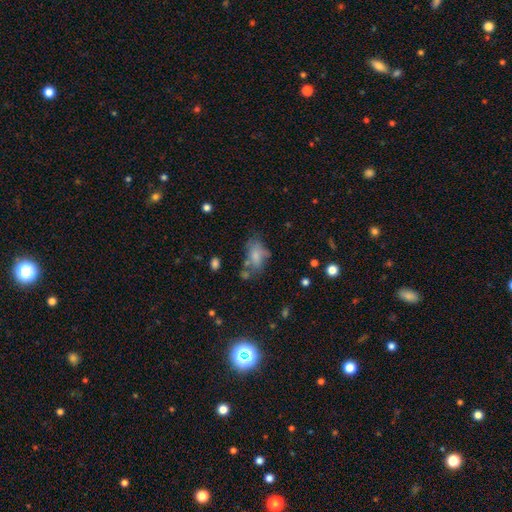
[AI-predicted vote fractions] A smooth galaxy with no disk features (67%) that is in between round and cigar-shaped (88%).

Vote fractions:
- Smooth or featured? smooth: 67% / featured or disk: 23% / star or artifact: 11%
- How rounded? in between: 88% / round: 9% / cigar-shaped: 3%
- Merging? none: 40% / minor disturbance: 26% / major disturbance: 20% / merger: 13%